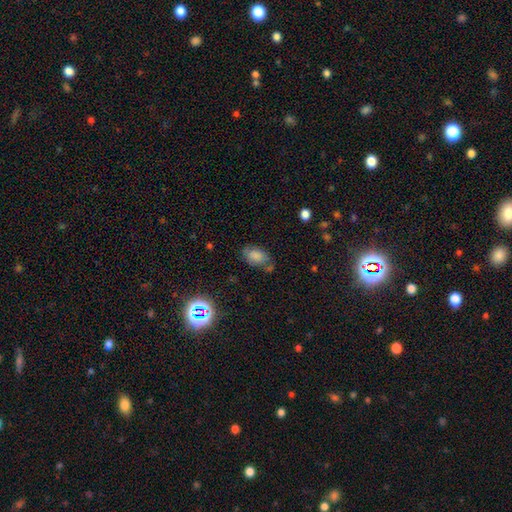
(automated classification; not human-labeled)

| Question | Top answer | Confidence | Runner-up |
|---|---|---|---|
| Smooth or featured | smooth | 75% | star or artifact (13%) |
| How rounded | in between | 88% | round (10%) |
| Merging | none | 61% | minor disturbance (24%) |